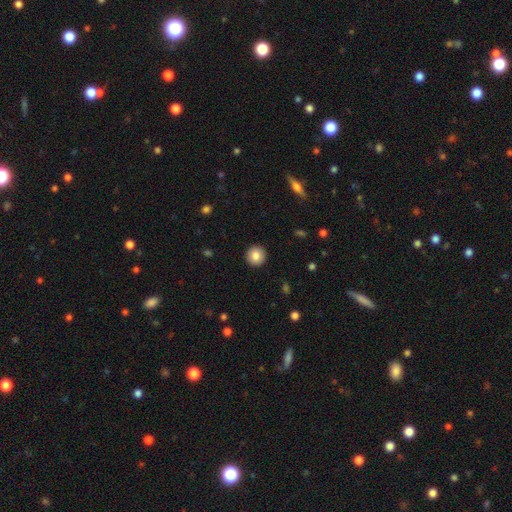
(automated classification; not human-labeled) smooth_or_featured: smooth (p=0.85) [alt: star or artifact p=0.08]
how_rounded: round (p=0.95) [alt: in between p=0.04]
merging: none (p=0.93) [alt: minor disturbance p=0.04]